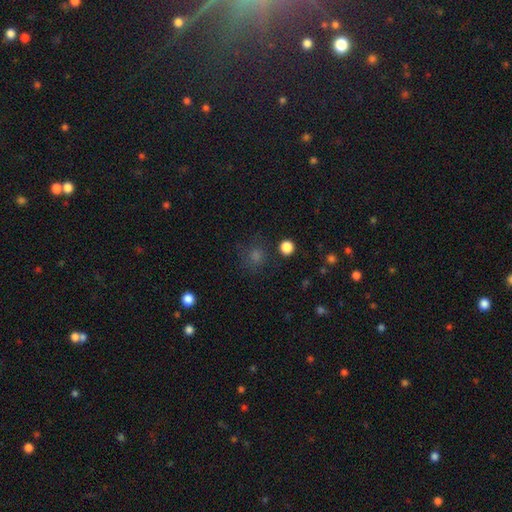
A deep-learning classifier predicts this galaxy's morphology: The model was most divided on "smooth or featured": smooth: 58%, star or artifact: 33%, featured or disk: 9%. More confident: how rounded — round (87%); merging — none (79%).